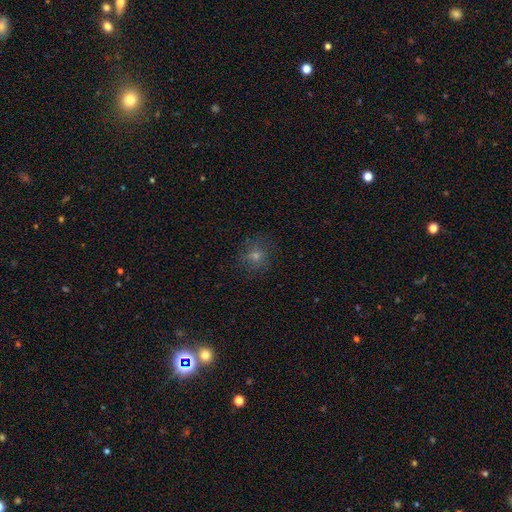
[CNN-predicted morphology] The model was most divided on "smooth or featured": smooth: 54%, star or artifact: 28%, featured or disk: 17%. More confident: how rounded — round (89%); merging — none (82%).